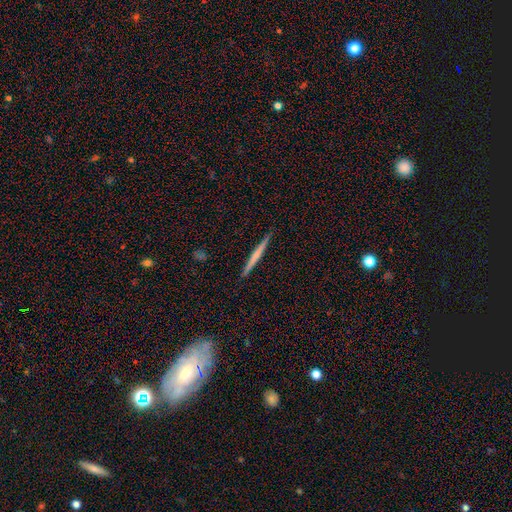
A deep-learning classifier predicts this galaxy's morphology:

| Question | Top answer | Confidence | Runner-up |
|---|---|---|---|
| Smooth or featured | featured or disk | 47% | tied: smooth (47%) |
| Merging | none | 92% | minor disturbance (6%) |